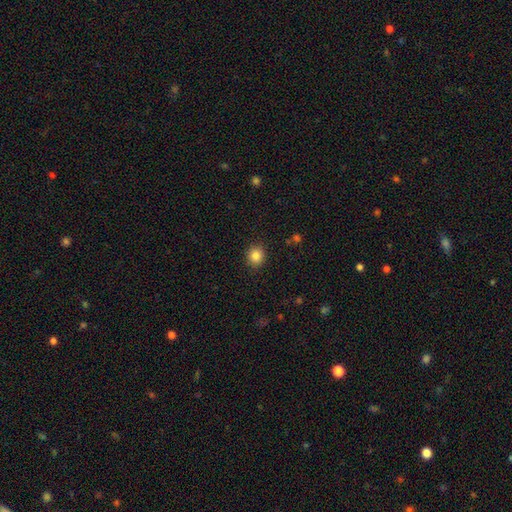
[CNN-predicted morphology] Smooth or featured? Predicted: smooth (p=0.85). How rounded? Predicted: round (p=0.82). Merging? Predicted: none (p=0.90).